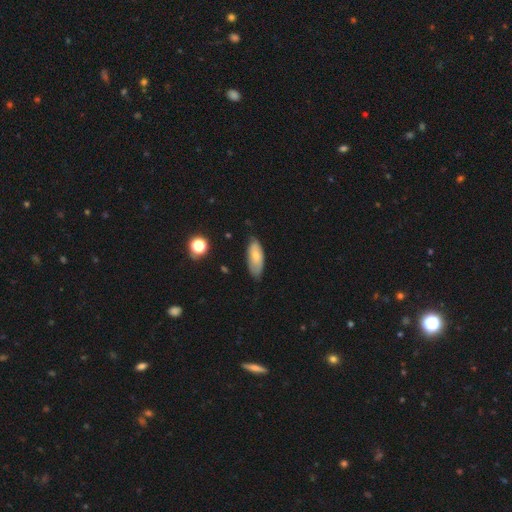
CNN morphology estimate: Smooth or featured?
  - smooth: 69% *
  - featured or disk: 23%
  - star or artifact: 7%
How rounded?
  - in between: 81% *
  - cigar-shaped: 16%
  - round: 3%
Merging?
  - none: 73% *
  - minor disturbance: 22%
  - major disturbance: 4%
  - merger: 1%